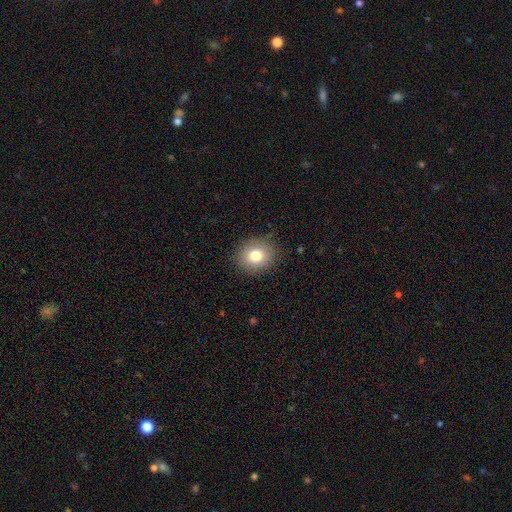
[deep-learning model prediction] This appears to be a smooth galaxy with no disk features (79%) that is round (79%). Merging: none (87%).